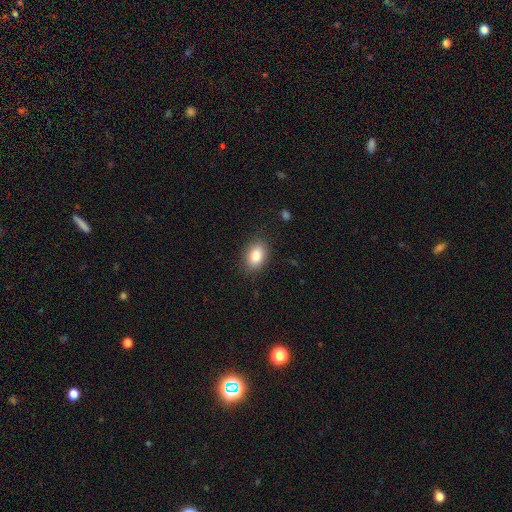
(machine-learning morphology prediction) A smooth galaxy with no disk features (83%) that is in between round and cigar-shaped (80%).

Vote fractions:
- Smooth or featured? smooth: 83% / star or artifact: 9% / featured or disk: 8%
- How rounded? in between: 80% / round: 19% / cigar-shaped: 1%
- Merging? none: 85% / minor disturbance: 11% / major disturbance: 3% / merger: 1%